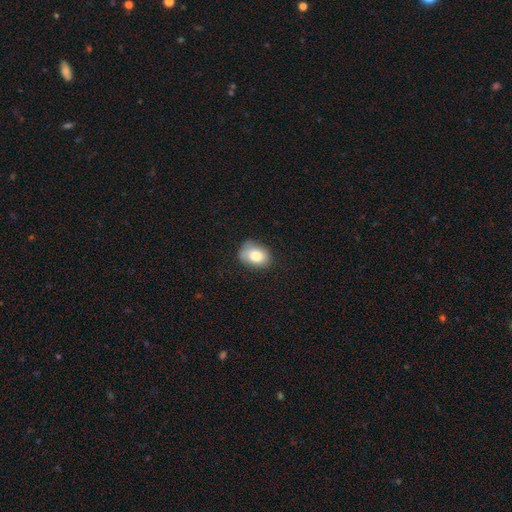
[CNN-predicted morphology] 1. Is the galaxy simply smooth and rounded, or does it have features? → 81% smooth, 11% featured or disk, 8% star or artifact.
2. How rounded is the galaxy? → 71% in between, 28% round, 1% cigar-shaped.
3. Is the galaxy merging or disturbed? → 63% none, 28% minor disturbance, 7% major disturbance, 2% merger.